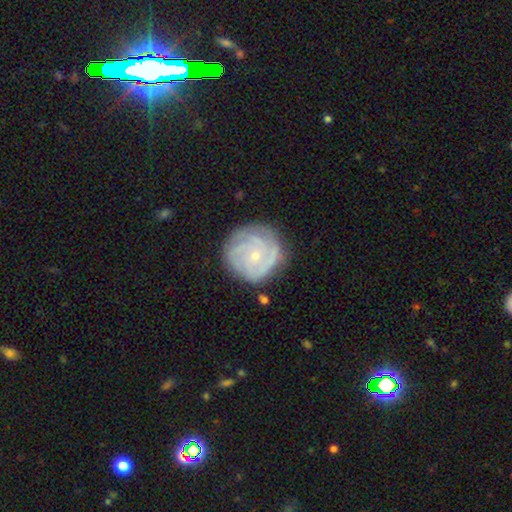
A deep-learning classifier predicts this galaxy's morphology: This appears to be a featured or disk galaxy (79%) with no bar (77%), 3 (35%) tight (72%) spiral arms (94%) and a small central bulge (79%). Merging: none (77%).